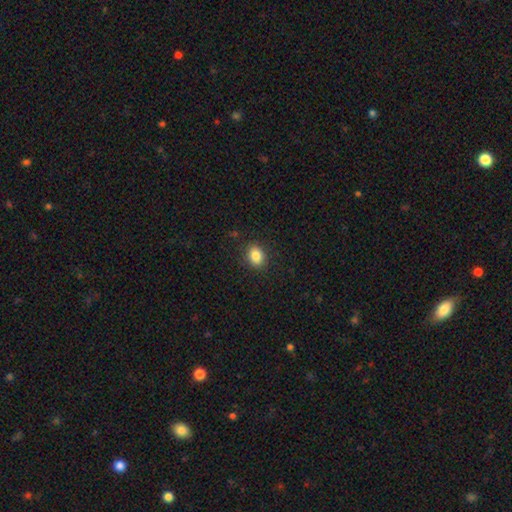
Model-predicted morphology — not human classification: Smooth or featured: smooth — 85% (star or artifact — 10%)
How rounded: in between — 56% (round — 43%)
Merging: none — 88% (minor disturbance — 9%)